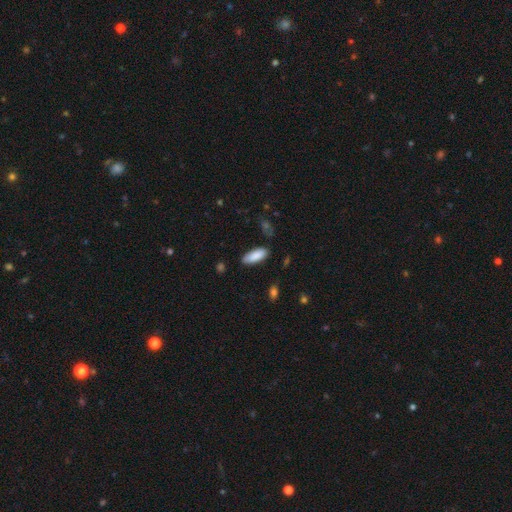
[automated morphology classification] A smooth galaxy with no disk features (89%) that is in between round and cigar-shaped (76%). Merging: none (82%).